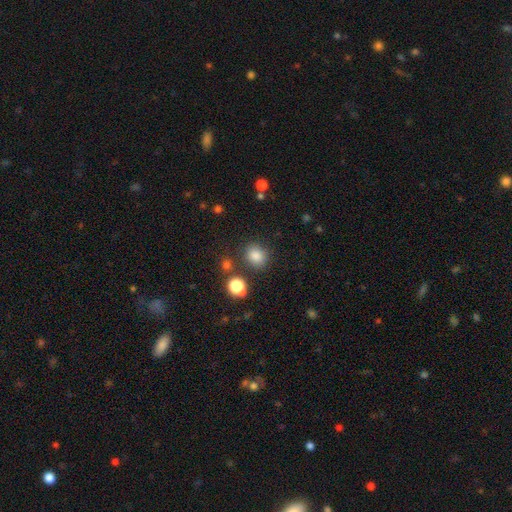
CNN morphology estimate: Q: Smooth or featured?
A: smooth (82%); runner-up: star or artifact (13%)
Q: How rounded?
A: round (72%); runner-up: in between (27%)
Q: Merging?
A: none (81%); runner-up: minor disturbance (10%)